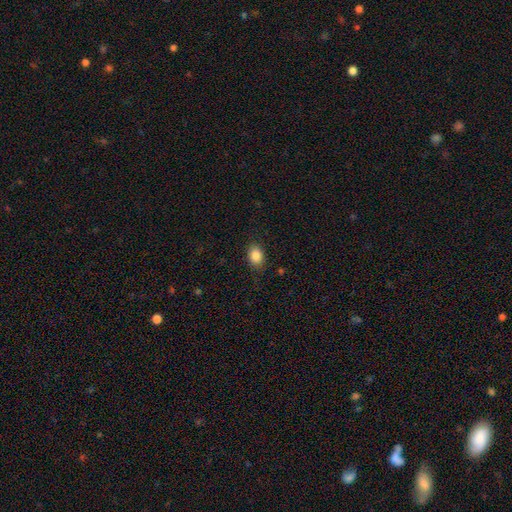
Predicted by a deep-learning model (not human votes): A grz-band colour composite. It shows a smooth galaxy with no disk features (87%) that is in between round and cigar-shaped (72%). Merging: none (86%).